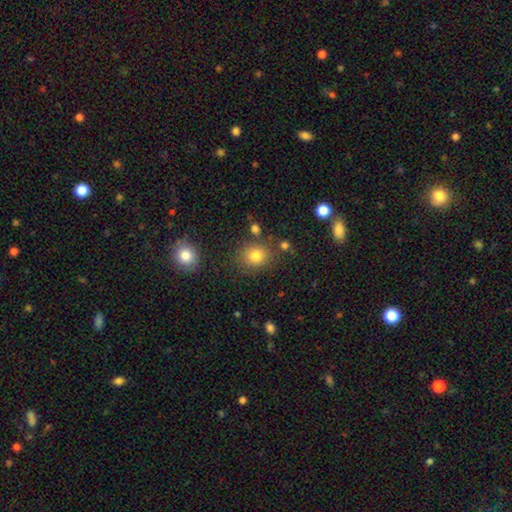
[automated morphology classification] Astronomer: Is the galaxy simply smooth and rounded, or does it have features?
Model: smooth — 81%.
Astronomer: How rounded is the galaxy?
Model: round — 79%.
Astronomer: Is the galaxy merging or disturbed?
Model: none — 80%.